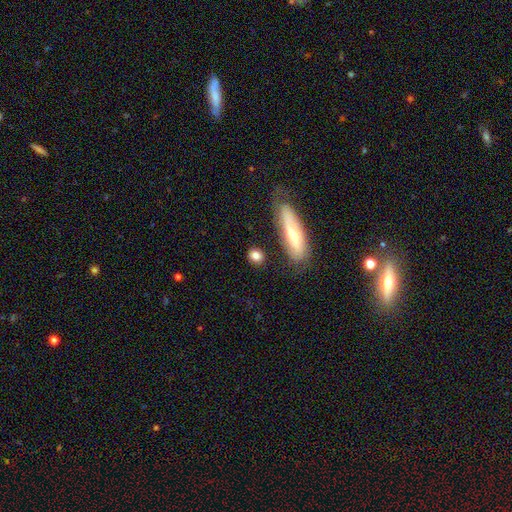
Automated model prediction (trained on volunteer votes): Smooth or featured: smooth — 80% (featured or disk — 11%)
How rounded: round — 57% (in between — 31%)
Merging: none — 81% (minor disturbance — 10%)